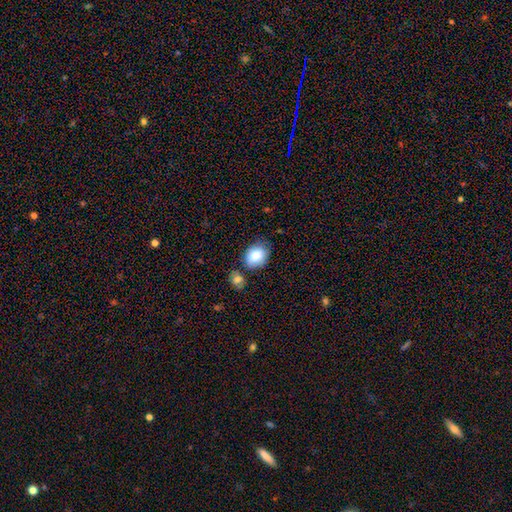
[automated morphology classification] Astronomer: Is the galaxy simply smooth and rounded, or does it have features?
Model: smooth — 85%.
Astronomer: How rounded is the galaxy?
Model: in between — 65%.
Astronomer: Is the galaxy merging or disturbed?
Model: none — 66%.